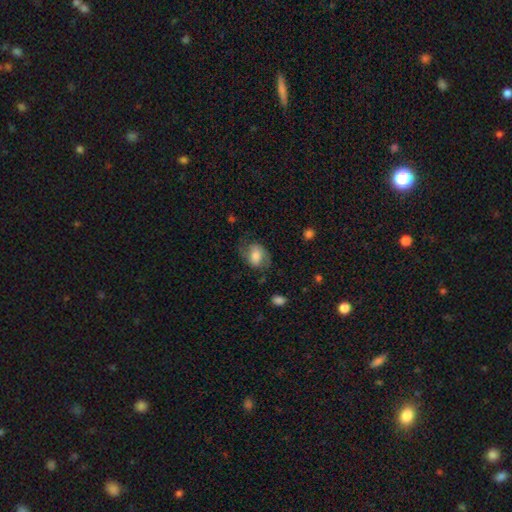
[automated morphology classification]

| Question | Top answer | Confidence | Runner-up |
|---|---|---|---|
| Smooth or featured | smooth | 54% | featured or disk (38%) |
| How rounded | in between | 68% | round (31%) |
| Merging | none | 60% | minor disturbance (23%) |